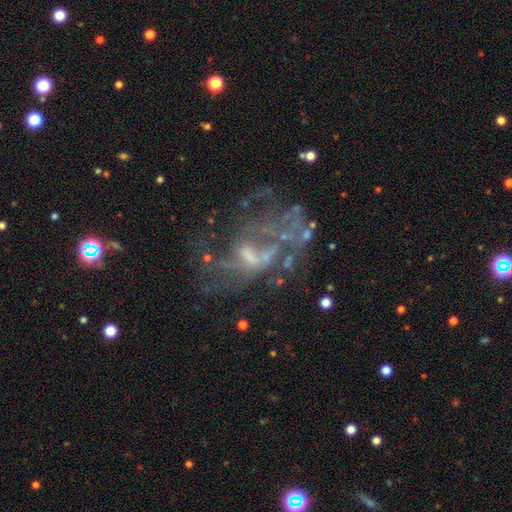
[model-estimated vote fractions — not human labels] Smooth or featured: featured or disk — 71% (star or artifact — 18%)
Edge-on disk: no — 97% (yes — 3%)
Bar: no — 58% (weak — 32%)
Spiral arms: no — 57% (yes — 43%)
Bulge size: small — 36% (none — 34%)
Merging: none — 39% (major disturbance — 38%)